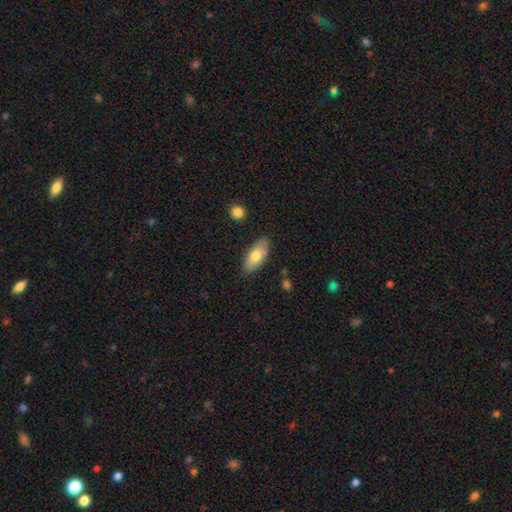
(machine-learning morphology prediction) Smooth or featured? Predicted: smooth (p=0.75). How rounded? Predicted: in between (p=0.85). Merging? Predicted: none (p=0.85).